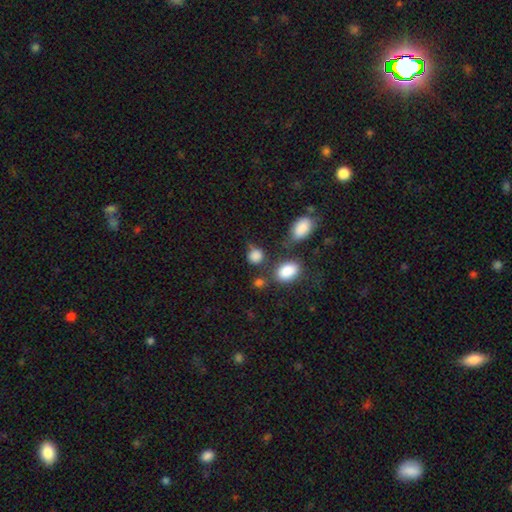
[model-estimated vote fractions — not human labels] Smooth or featured?
  - smooth: 85% *
  - star or artifact: 10%
  - featured or disk: 6%
How rounded?
  - round: 67% *
  - in between: 31%
  - cigar-shaped: 2%
Merging?
  - none: 59% *
  - minor disturbance: 19%
  - merger: 14%
  - major disturbance: 9%